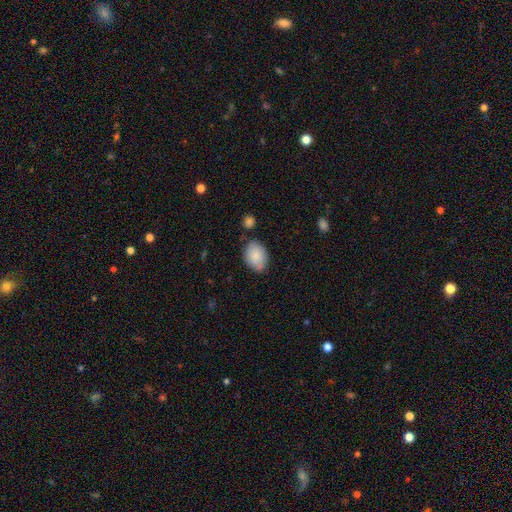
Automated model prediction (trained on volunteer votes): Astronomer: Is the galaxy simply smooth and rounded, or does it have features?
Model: smooth — 87%.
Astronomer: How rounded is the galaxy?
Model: in between — 80%.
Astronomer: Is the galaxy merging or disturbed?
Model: none — 72%.